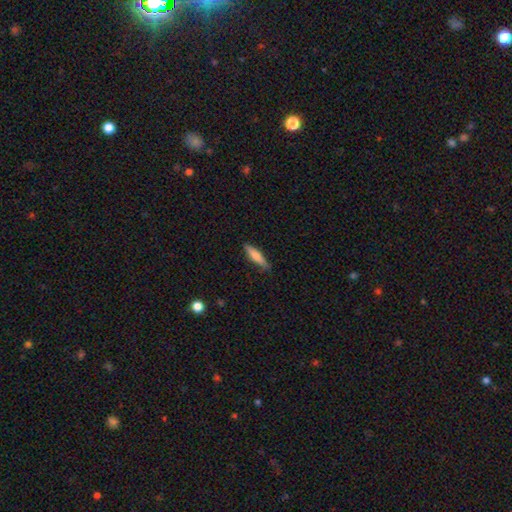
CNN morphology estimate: Q: Smooth or featured?
A: smooth (71%); runner-up: featured or disk (23%)
Q: How rounded?
A: cigar-shaped (78%); runner-up: in between (21%)
Q: Merging?
A: none (83%); runner-up: minor disturbance (14%)